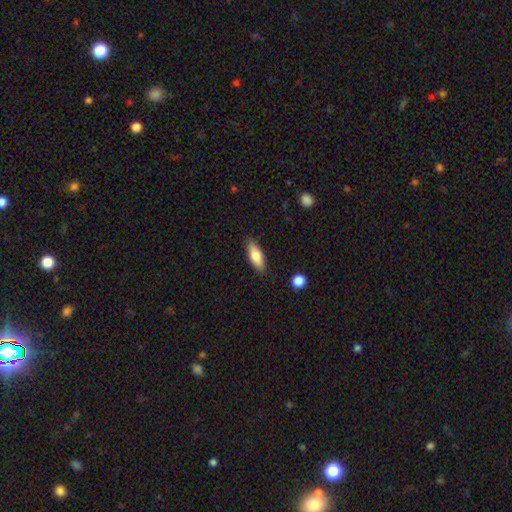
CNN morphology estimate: This is likely a smooth galaxy (75%). How rounded: likely in between (67%). Merging: clearly none (86%).